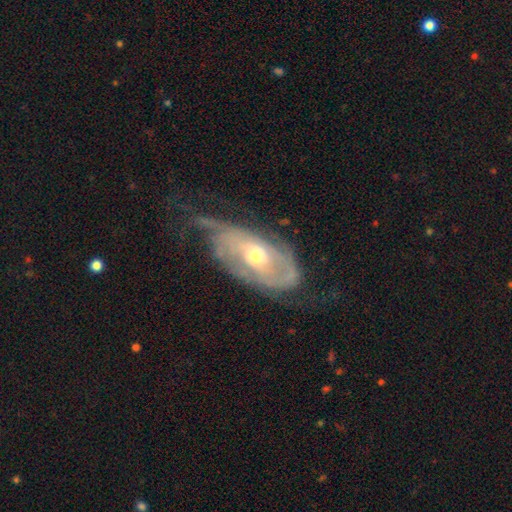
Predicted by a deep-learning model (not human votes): smooth_or_featured: featured or disk (p=0.78) [alt: smooth p=0.16]
disk_edge_on: no (p=0.90) [alt: yes p=0.10]
bar: no (p=0.70) [alt: weak p=0.24]
has_spiral_arms: yes (p=0.81) [alt: no p=0.19]
spiral_winding: tight (p=0.51) [alt: medium p=0.31]
spiral_arm_count: can't tell (p=0.43) [alt: 2 p=0.34]
bulge_size: moderate (p=0.66) [alt: small p=0.28]
merging: none (p=0.45) [alt: minor disturbance p=0.29]